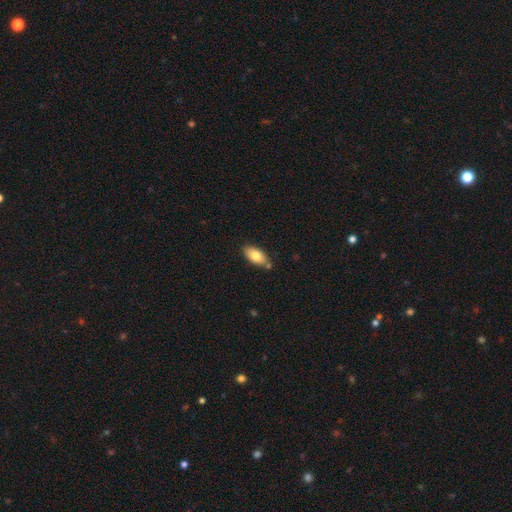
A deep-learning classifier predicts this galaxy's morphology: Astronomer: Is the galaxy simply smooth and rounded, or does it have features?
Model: smooth — 79%.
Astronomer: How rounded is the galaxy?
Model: in between — 91%.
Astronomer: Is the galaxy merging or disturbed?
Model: none — 73%.